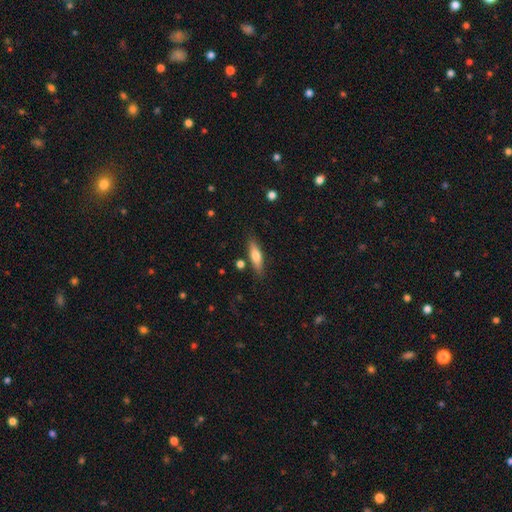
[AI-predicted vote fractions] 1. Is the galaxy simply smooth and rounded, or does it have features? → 66% smooth, 28% featured or disk, 6% star or artifact.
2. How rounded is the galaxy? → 58% cigar-shaped, 39% in between, 2% round.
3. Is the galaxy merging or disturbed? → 82% none, 12% minor disturbance, 4% merger, 3% major disturbance.